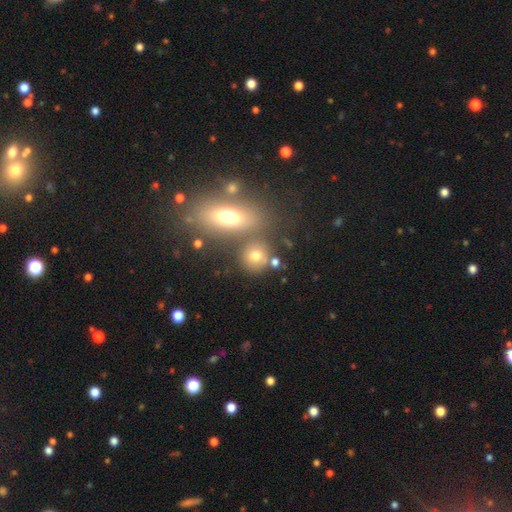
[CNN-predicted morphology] Q: Smooth or featured?
A: smooth (71%); runner-up: star or artifact (15%)
Q: How rounded?
A: round (76%); runner-up: in between (22%)
Q: Merging?
A: none (62%); runner-up: merger (22%)